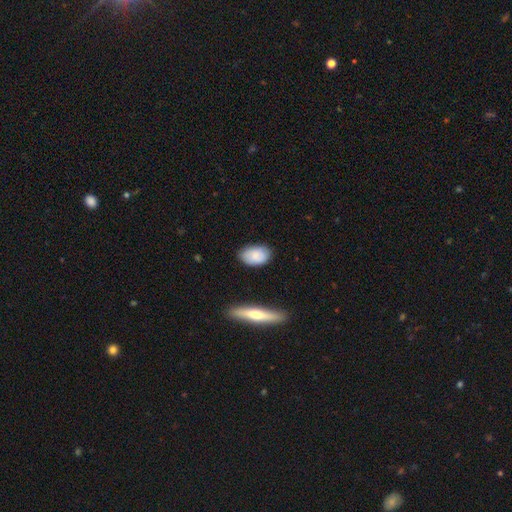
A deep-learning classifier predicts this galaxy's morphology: A smooth galaxy with no disk features (79%) that is in between round and cigar-shaped (90%). Merging: none (78%).